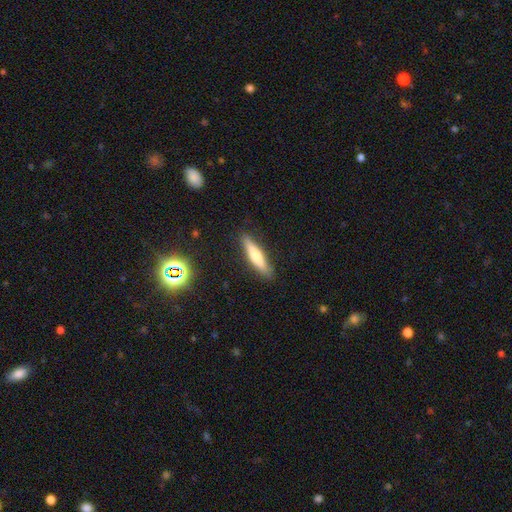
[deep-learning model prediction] Smooth or featured: smooth — 59% (featured or disk — 35%)
How rounded: cigar-shaped — 85% (in between — 13%)
Merging: none — 88% (minor disturbance — 9%)